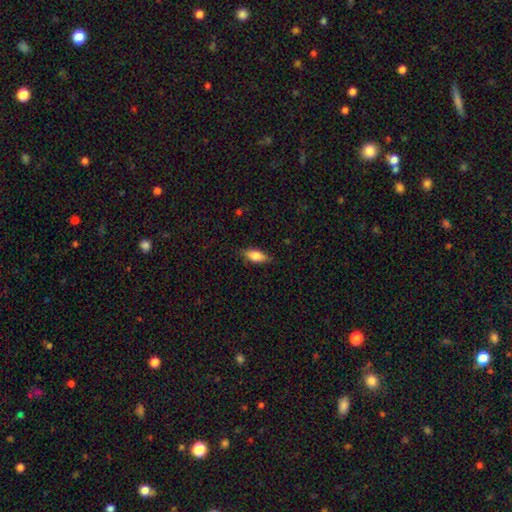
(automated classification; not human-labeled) Smooth or featured: smooth — 75% (featured or disk — 19%)
How rounded: in between — 78% (cigar-shaped — 19%)
Merging: none — 82% (minor disturbance — 14%)